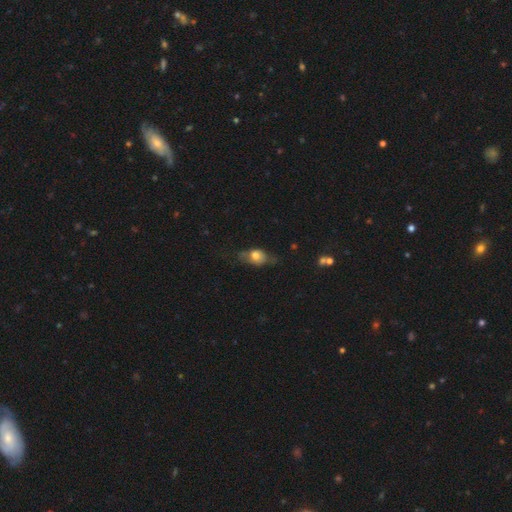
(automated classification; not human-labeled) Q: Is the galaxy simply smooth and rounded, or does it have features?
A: smooth — 63%.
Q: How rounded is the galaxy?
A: in between — 69%.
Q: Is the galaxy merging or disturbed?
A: none — 52%.